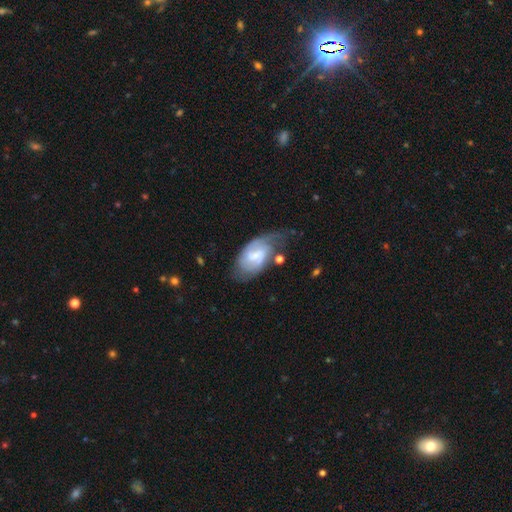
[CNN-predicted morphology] A featured or disk galaxy (68%) with a weak bar (56%), 2 (61%) medium (44%) spiral arms (89%) and a small central bulge (44%). Merging: none (42%).